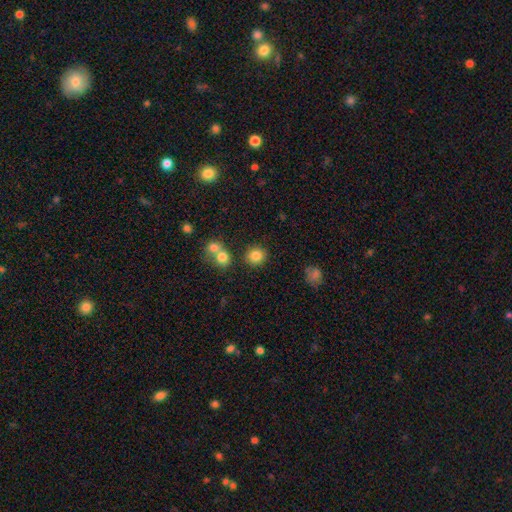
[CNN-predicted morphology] Smooth or featured? smooth (82%)
How rounded? round (89%)
Merging? none (81%)